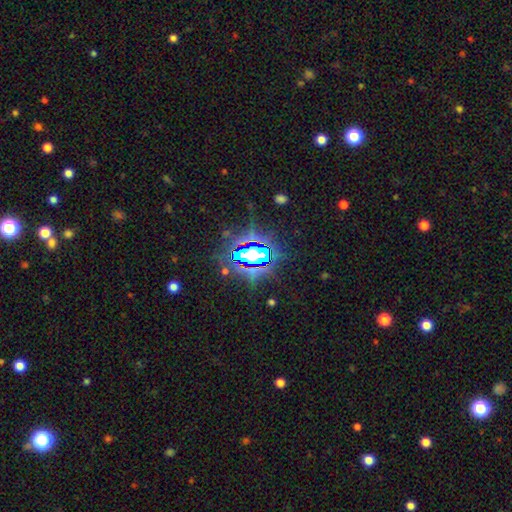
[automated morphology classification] smooth-or-featured: star or artifact: 76% | smooth: 14% | featured or disk: 10%